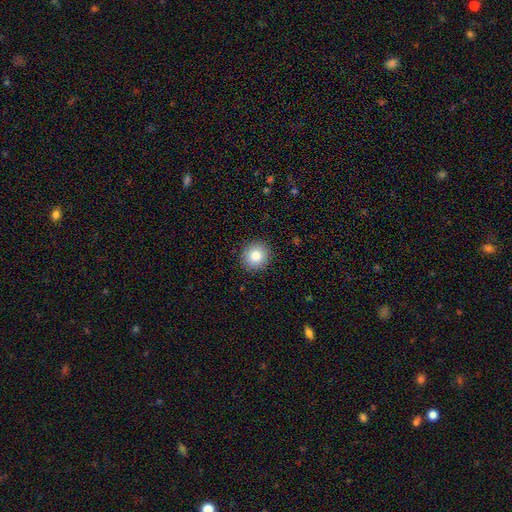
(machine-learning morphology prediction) smooth_or_featured: smooth (p=0.83) [alt: star or artifact p=0.09]
how_rounded: round (p=0.86) [alt: in between p=0.13]
merging: none (p=0.91) [alt: minor disturbance p=0.06]